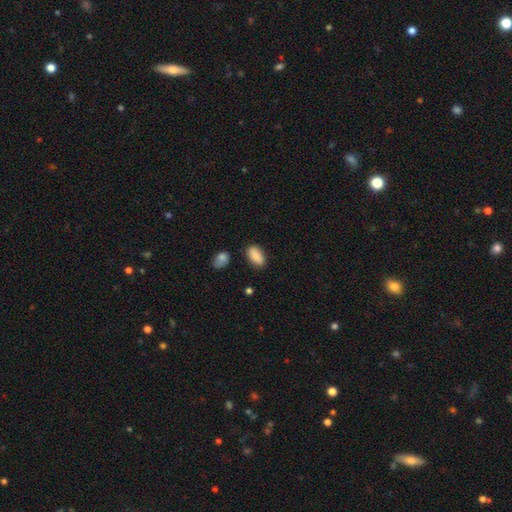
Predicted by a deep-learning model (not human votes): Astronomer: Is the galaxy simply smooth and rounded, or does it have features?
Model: smooth — 88%.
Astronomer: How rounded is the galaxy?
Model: in between — 93%.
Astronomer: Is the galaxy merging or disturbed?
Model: none — 81%.